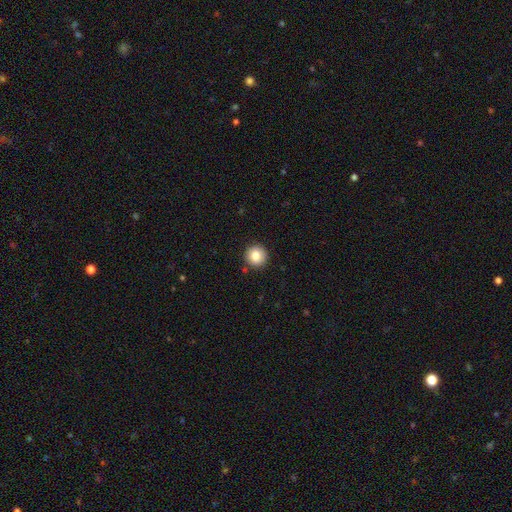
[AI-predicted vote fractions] This is clearly a smooth galaxy (83%). How rounded: clearly round (95%). Merging: clearly none (91%).